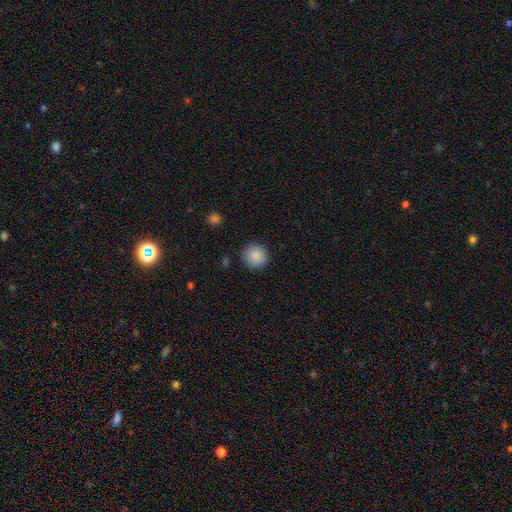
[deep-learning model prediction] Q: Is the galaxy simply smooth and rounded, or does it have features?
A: smooth — 88%.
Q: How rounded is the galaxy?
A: round — 95%.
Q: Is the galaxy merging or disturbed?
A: none — 90%.